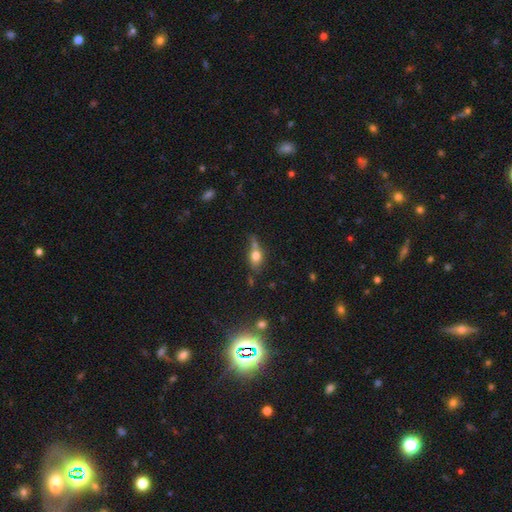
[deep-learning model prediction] Smooth or featured?
  - smooth: 71% *
  - featured or disk: 18%
  - star or artifact: 12%
How rounded?
  - in between: 69% *
  - round: 25%
  - cigar-shaped: 7%
Merging?
  - none: 47% *
  - minor disturbance: 23%
  - merger: 21%
  - major disturbance: 10%